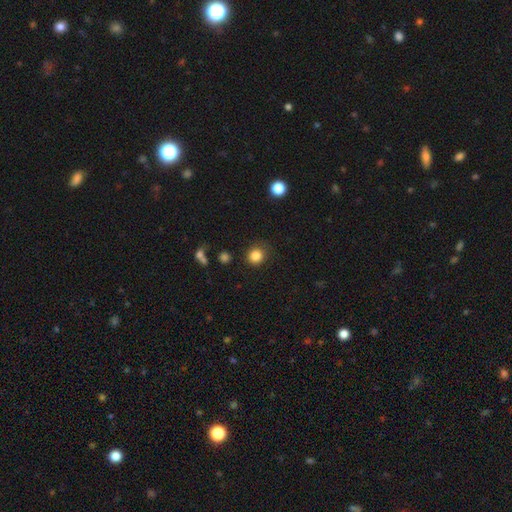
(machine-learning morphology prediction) smooth_or_featured: smooth (p=0.85) [alt: star or artifact p=0.11]
how_rounded: round (p=0.86) [alt: in between p=0.13]
merging: none (p=0.82) [alt: minor disturbance p=0.12]